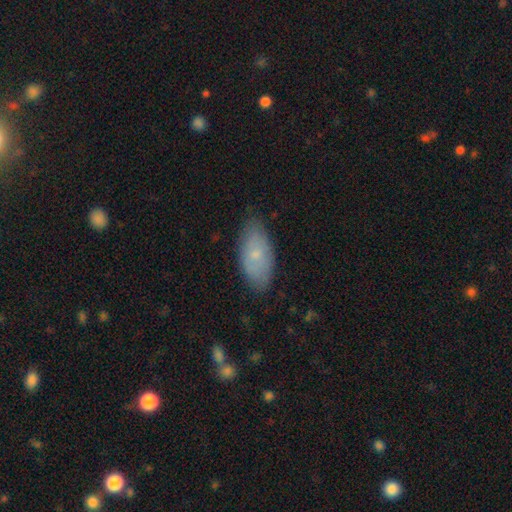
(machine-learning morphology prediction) A smooth galaxy with no disk features (69%) that is in between round and cigar-shaped (92%). Merging: none (78%).